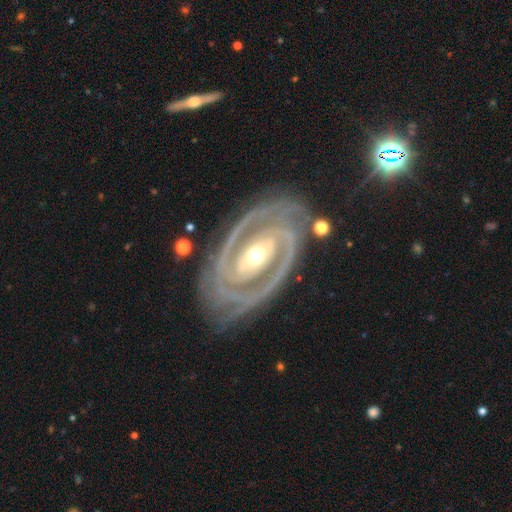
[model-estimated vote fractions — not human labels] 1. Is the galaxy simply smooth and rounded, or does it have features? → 94% featured or disk, 3% star or artifact, 3% smooth.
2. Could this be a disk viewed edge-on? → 97% no, 3% yes.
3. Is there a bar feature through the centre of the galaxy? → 37% strong, 36% no, 27% weak.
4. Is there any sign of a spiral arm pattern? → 98% yes, 2% no.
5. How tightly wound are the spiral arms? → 74% tight, 23% medium, 4% loose.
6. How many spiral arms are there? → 81% 2, 8% 3, 4% can't tell, 3% 4, 2% 1, 2% more than 4.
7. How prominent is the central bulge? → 69% moderate, 24% small, 5% large, 1% dominant, 1% none.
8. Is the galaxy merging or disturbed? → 77% none, 16% minor disturbance, 5% major disturbance, 2% merger.